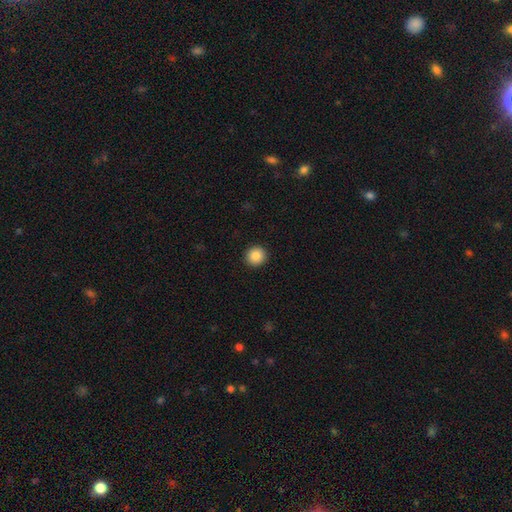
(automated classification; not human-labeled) smooth 88%, star or artifact 9%, featured or disk 4%. Down the decision tree: how rounded — round (92%); merging — none (93%).